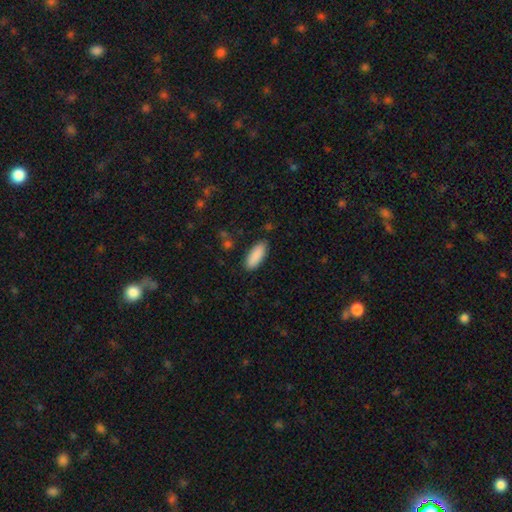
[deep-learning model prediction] A smooth galaxy with no disk features (90%) that is in between round and cigar-shaped (76%). Merging: none (87%).